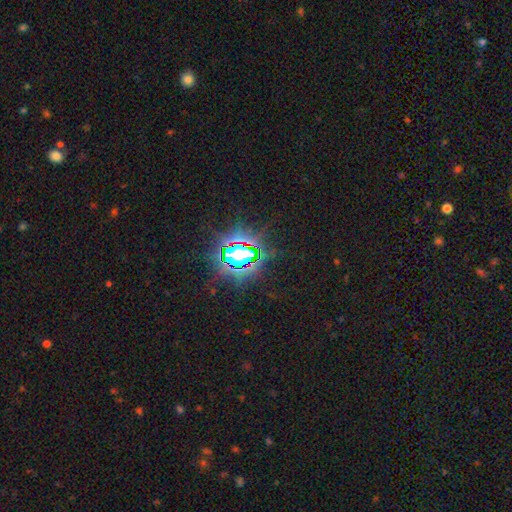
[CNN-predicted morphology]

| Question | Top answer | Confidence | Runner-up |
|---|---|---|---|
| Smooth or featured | star or artifact | 82% | smooth (11%) |